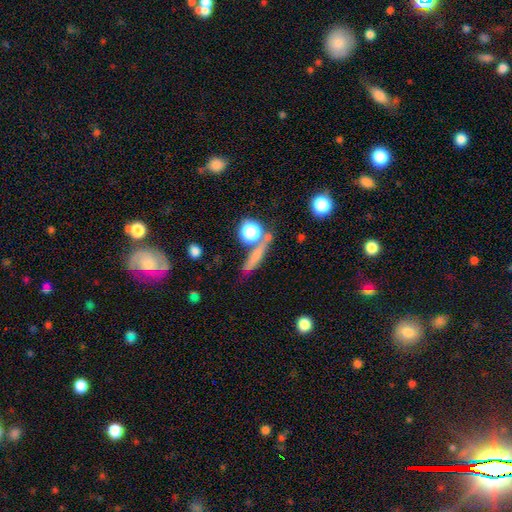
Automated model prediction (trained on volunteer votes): smooth 60%, featured or disk 26%, star or artifact 14%. Down the decision tree: how rounded — cigar-shaped (67%); merging — none (67%).